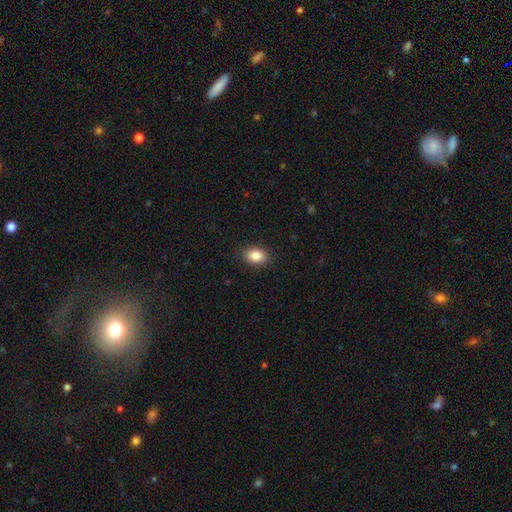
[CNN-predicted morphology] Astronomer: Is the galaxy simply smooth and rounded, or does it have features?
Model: smooth — 86%.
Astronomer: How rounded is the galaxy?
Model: in between — 75%.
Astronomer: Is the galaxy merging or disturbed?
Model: none — 88%.